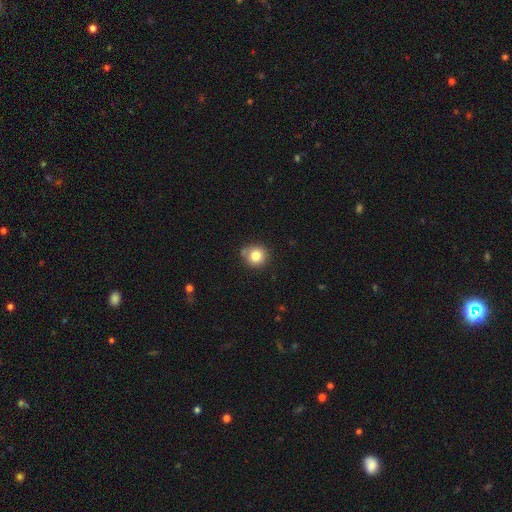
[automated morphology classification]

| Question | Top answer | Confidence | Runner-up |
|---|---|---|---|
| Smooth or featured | smooth | 81% | star or artifact (11%) |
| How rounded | round | 92% | in between (7%) |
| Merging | none | 76% | minor disturbance (14%) |